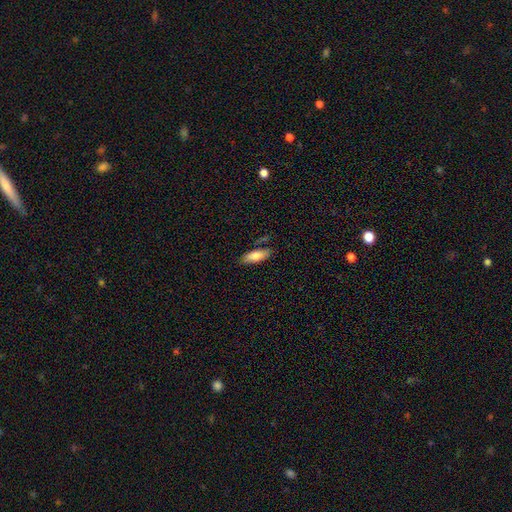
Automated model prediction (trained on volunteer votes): This appears to be a smooth galaxy with no disk features (80%) that is in between round and cigar-shaped (67%). Merging: none (78%).